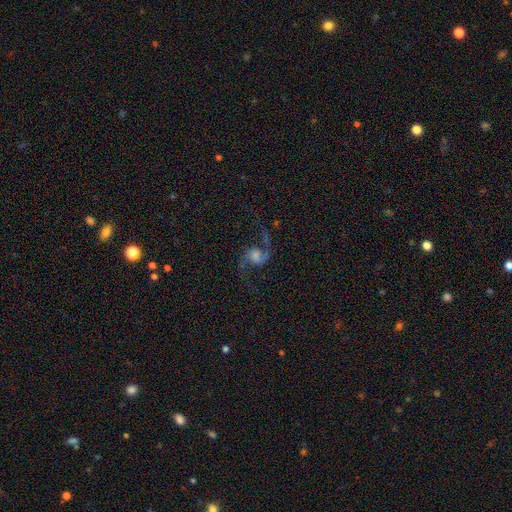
smooth_or_featured: featured or disk (p=0.89) [alt: star or artifact p=0.08]
disk_edge_on: no (p=1.00)
bar: no (p=0.68) [alt: weak p=0.21]
has_spiral_arms: yes (p=1.00)
spiral_winding: loose (p=0.85) [alt: medium p=0.15]
spiral_arm_count: 2 (p=0.97) [alt: 1 p=0.03]
bulge_size: moderate (p=0.32) [alt: large p=0.29]
merging: none (p=0.80) [alt: major disturbance p=0.17]